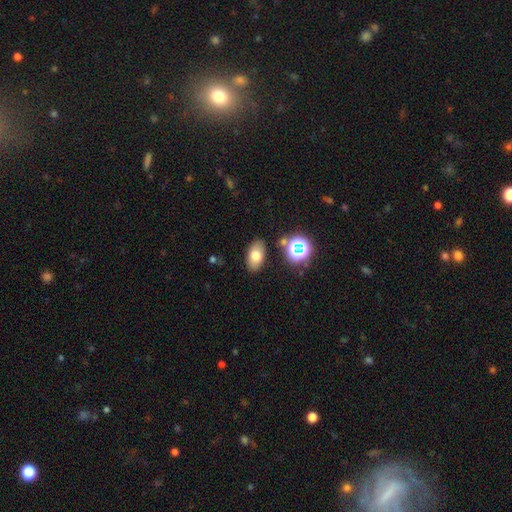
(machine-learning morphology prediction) The model was most divided on "smooth or featured": smooth: 72%, featured or disk: 15%, star or artifact: 13%. More confident: how rounded — in between (90%); merging — none (83%).